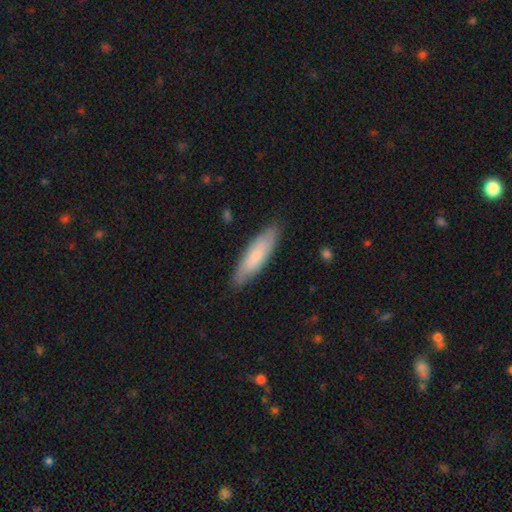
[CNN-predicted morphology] A smooth galaxy with no disk features (66%) that is cigar-shaped (63%).

Vote fractions:
- Smooth or featured? smooth: 66% / featured or disk: 29% / star or artifact: 6%
- How rounded? cigar-shaped: 63% / in between: 36% / round: 1%
- Merging? none: 85% / minor disturbance: 12% / major disturbance: 2% / merger: 1%